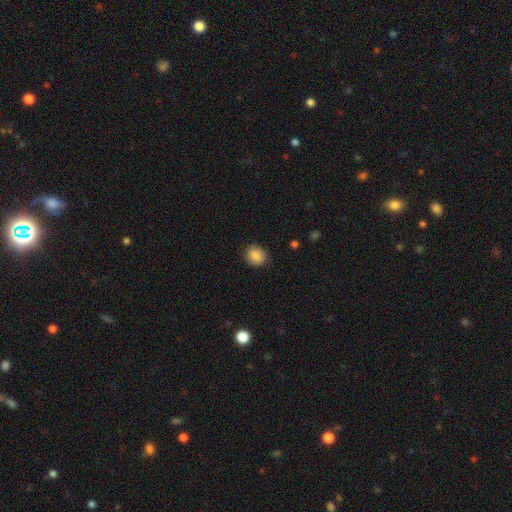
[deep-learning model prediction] smooth 87%, star or artifact 9%, featured or disk 4%. Down the decision tree: how rounded — round (71%); merging — none (86%).